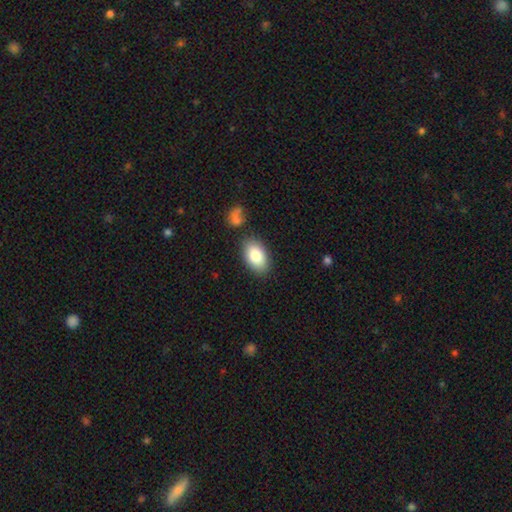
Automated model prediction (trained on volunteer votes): Q: Smooth or featured?
A: smooth (84%); runner-up: featured or disk (10%)
Q: How rounded?
A: in between (92%); runner-up: round (6%)
Q: Merging?
A: none (81%); runner-up: minor disturbance (11%)